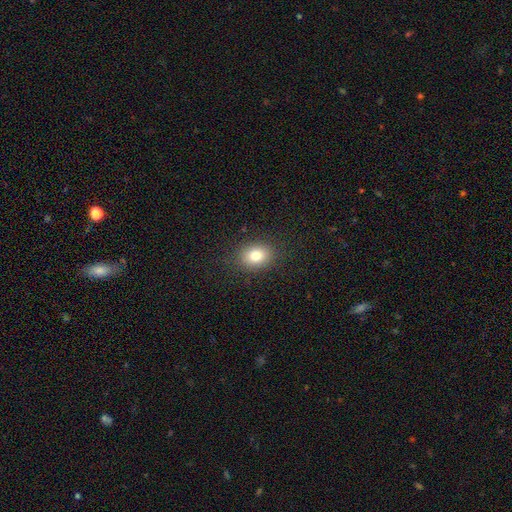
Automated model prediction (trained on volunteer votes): Overall: smooth (80%). How rounded: in between (55%; round 44%). Merging: none (87%).